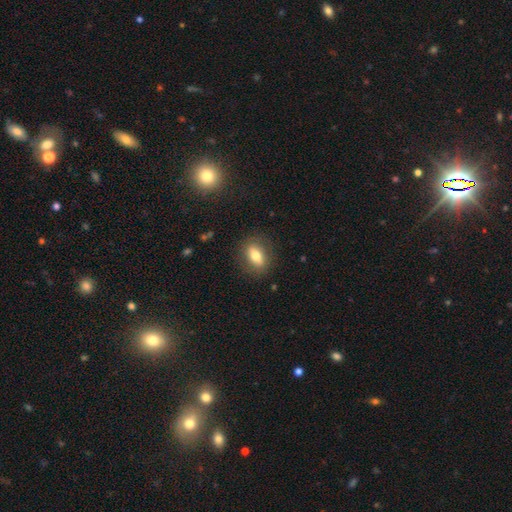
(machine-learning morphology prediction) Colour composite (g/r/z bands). It shows a smooth galaxy with no disk features (70%) that is in between round and cigar-shaped (75%). Merging: none (83%).